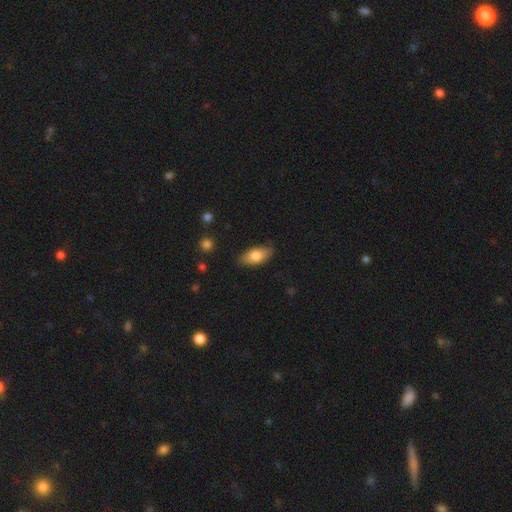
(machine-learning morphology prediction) A smooth galaxy with no disk features (77%) that is in between round and cigar-shaped (88%).

Vote fractions:
- Smooth or featured? smooth: 77% / featured or disk: 17% / star or artifact: 6%
- How rounded? in between: 88% / cigar-shaped: 9% / round: 3%
- Merging? none: 84% / minor disturbance: 13% / major disturbance: 3% / merger: 1%